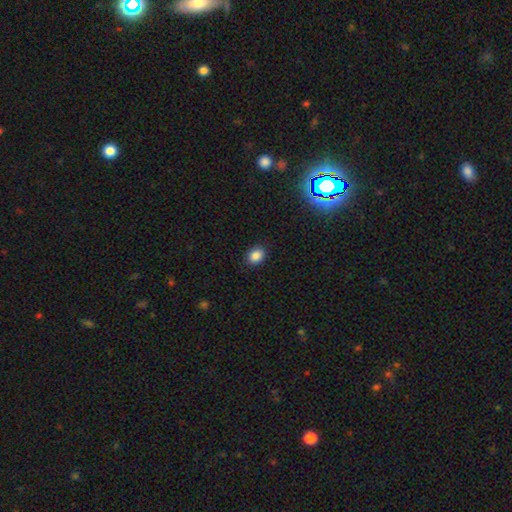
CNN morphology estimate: Q: Smooth or featured?
A: smooth (85%); runner-up: star or artifact (11%)
Q: How rounded?
A: in between (56%); runner-up: round (43%)
Q: Merging?
A: none (89%); runner-up: minor disturbance (8%)